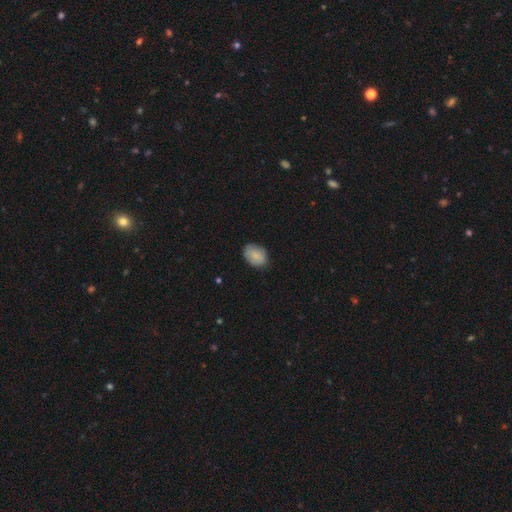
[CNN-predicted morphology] smooth-or-featured: smooth: 82% | featured or disk: 12% | star or artifact: 7%
  how-rounded: in between: 79% | round: 20% | cigar-shaped: 1%
  merging: none: 80% | minor disturbance: 16% | major disturbance: 3% | merger: 1%